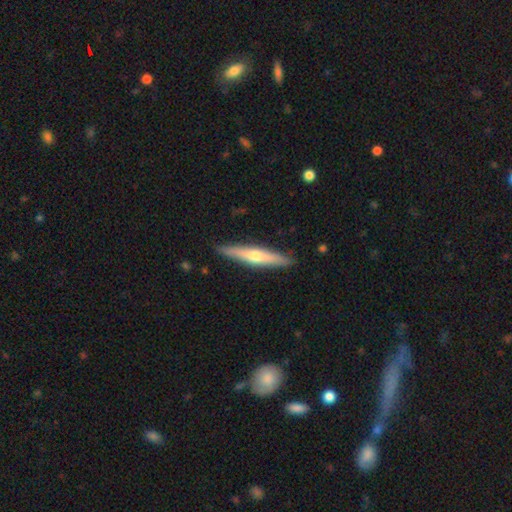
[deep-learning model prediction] featured or disk 52%, smooth 43%, star or artifact 5%. Down the decision tree: edge-on disk — yes (93%); merging — none (89%).